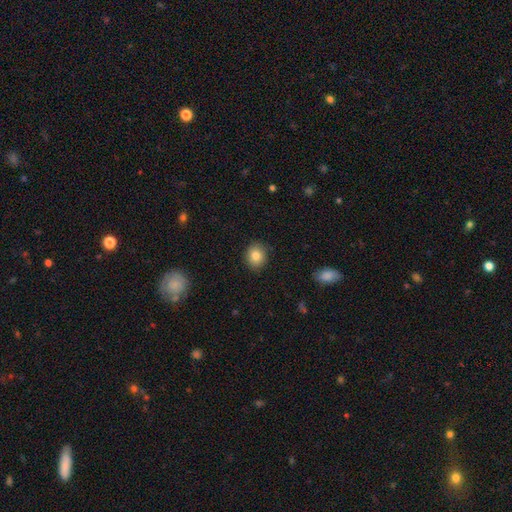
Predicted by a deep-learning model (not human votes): Smooth or featured? smooth (83%)
How rounded? round (69%)
Merging? none (87%)